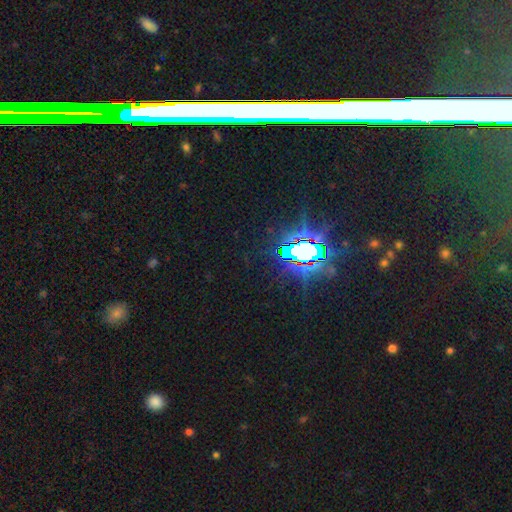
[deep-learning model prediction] star or artifact 77%, smooth 12%, featured or disk 11%.